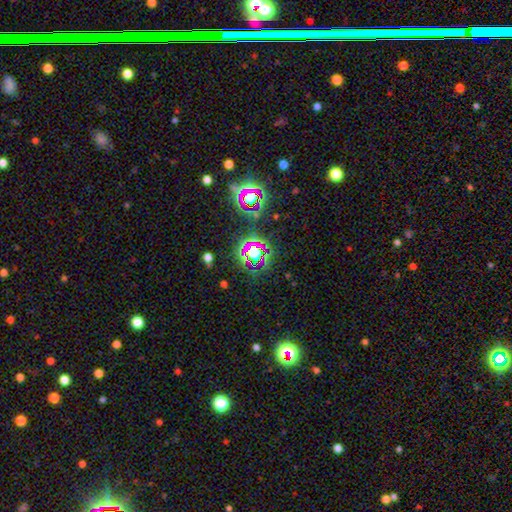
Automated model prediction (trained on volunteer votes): Smooth or featured?
  - star or artifact: 68% *
  - smooth: 20%
  - featured or disk: 12%